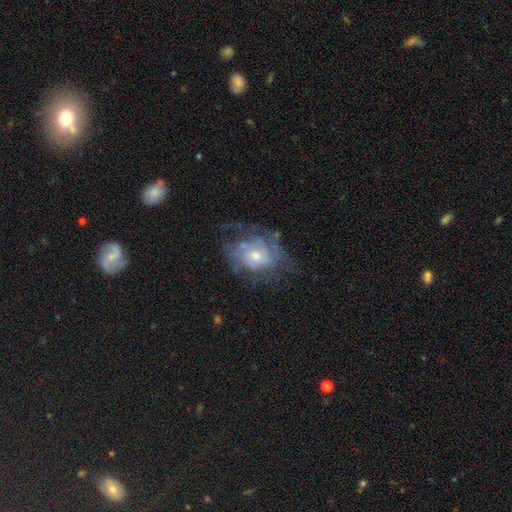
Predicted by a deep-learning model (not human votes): The model was most divided on "bulge size" (2-way tie): small: 46%, moderate: 46%, large: 5%, none: 3%, dominant: 1%. More confident: edge-on disk — no (97%); bar — no (74%); smooth or featured — featured or disk (70%); spiral arms — yes (70%); merging — none (53%).